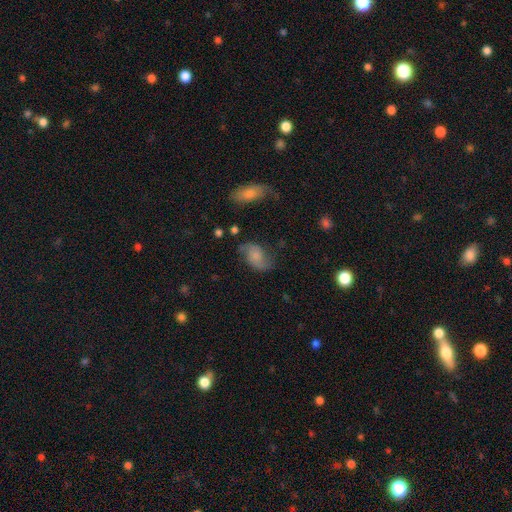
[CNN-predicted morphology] A featured or disk galaxy (60%) with no bar (67%), 2 (90%) loose (56%) spiral arms (92%) and no central bulge (36%). Merging: none (65%).